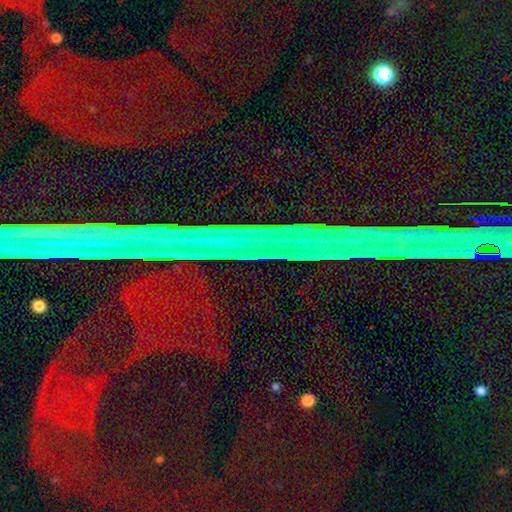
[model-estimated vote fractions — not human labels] This appears to be a star or artifact, not a galaxy (85%).